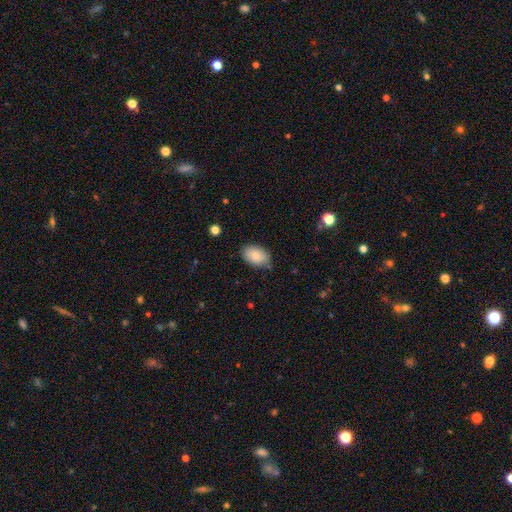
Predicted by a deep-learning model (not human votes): Morphology: type=smooth (85%); roundness=in between (90%); merging=none (79%).